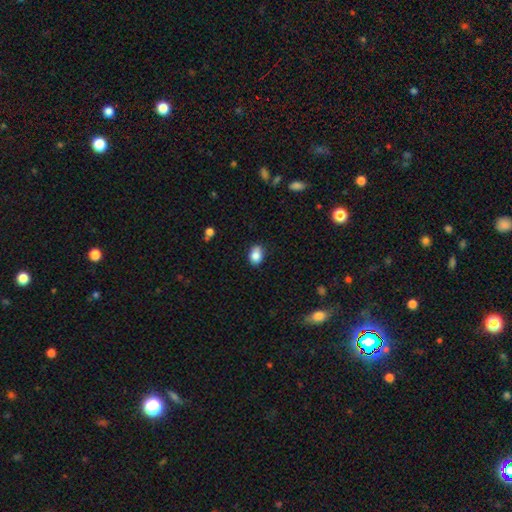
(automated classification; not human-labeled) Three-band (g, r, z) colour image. It shows a smooth galaxy with no disk features (85%) that is in between round and cigar-shaped (73%). Merging: none (75%).